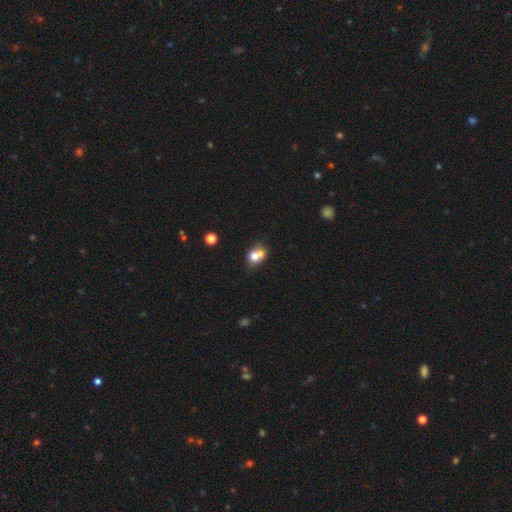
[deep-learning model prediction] Q: Smooth or featured?
A: smooth (72%); runner-up: featured or disk (17%)
Q: How rounded?
A: round (50%); runner-up: in between (48%)
Q: Merging?
A: merger (49%); runner-up: none (33%)